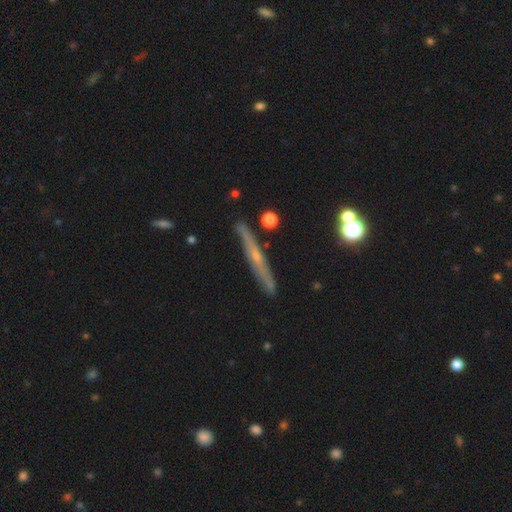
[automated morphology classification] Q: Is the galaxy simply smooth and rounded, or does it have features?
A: featured or disk — 66%.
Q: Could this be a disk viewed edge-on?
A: yes — 94%.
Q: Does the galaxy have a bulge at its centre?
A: rounded — 53%.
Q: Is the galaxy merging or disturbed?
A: none — 85%.